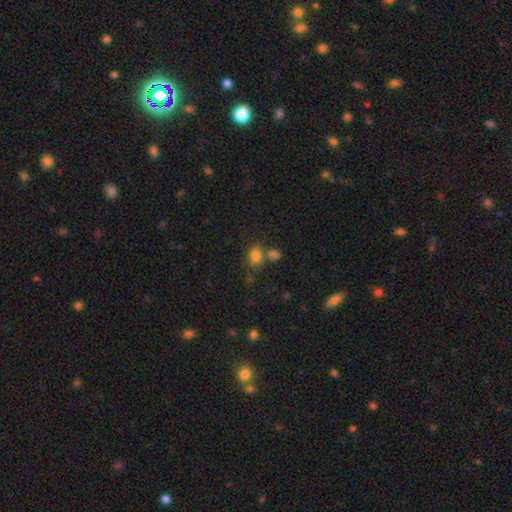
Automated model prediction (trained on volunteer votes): Overall: smooth (80%). How rounded: in between (59%; round 40%). Merging: none (56%; merger 25%).